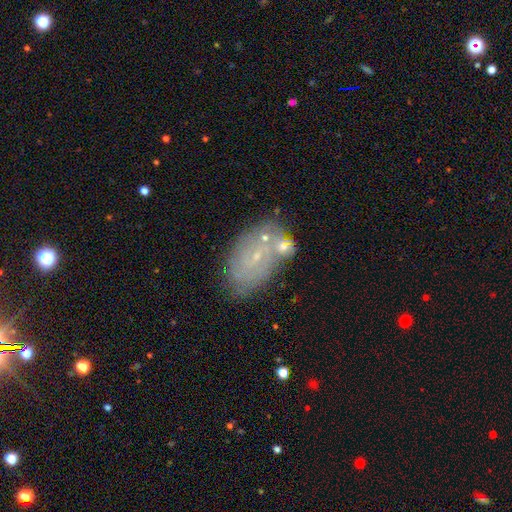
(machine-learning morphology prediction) type=featured or disk (53%); edge-on=no (93%); merging=none (64%).